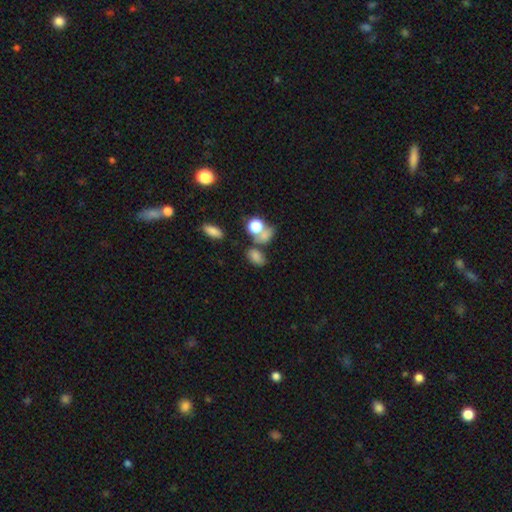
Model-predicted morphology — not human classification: Overall: smooth (75%). How rounded: in between (77%). Merging: none (48%; merger 27%).